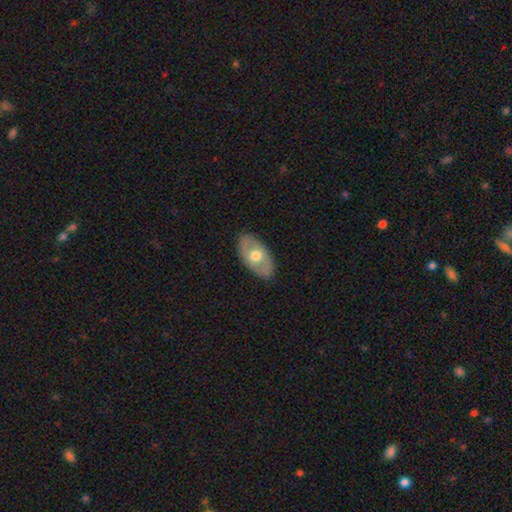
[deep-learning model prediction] Smooth or featured?
  - smooth: 49% *
  - featured or disk: 46%
  - star or artifact: 5%
Merging?
  - none: 84% *
  - minor disturbance: 12%
  - major disturbance: 3%
  - merger: 1%